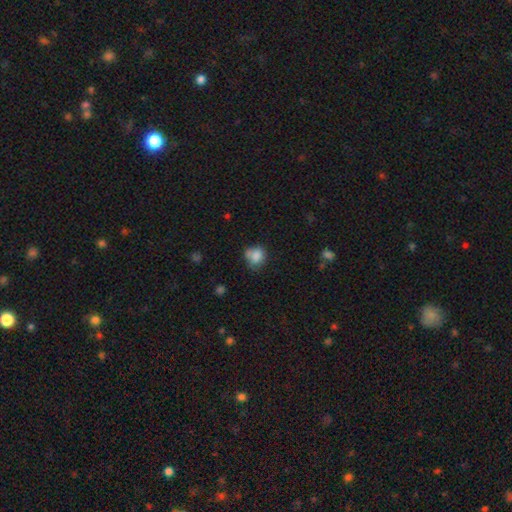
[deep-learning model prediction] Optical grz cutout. It shows a smooth galaxy with no disk features (79%) that is round (66%). Merging: none (48%).